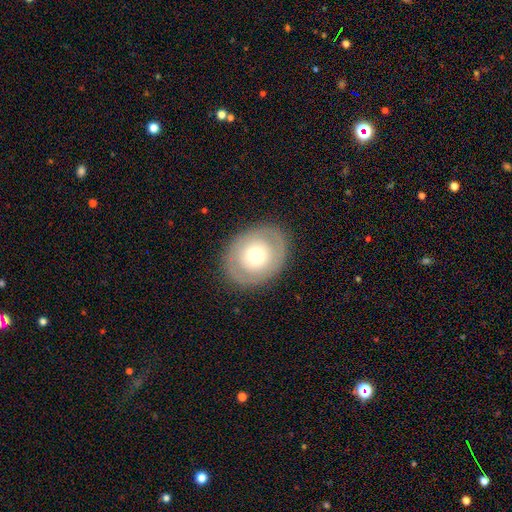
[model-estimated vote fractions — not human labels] A smooth galaxy with no disk features (54%) that is round (52%).

Vote fractions:
- Smooth or featured? smooth: 54% / featured or disk: 39% / star or artifact: 7%
- How rounded? round: 52% / in between: 47% / cigar-shaped: 1%
- Merging? none: 85% / minor disturbance: 10% / major disturbance: 4% / merger: 1%